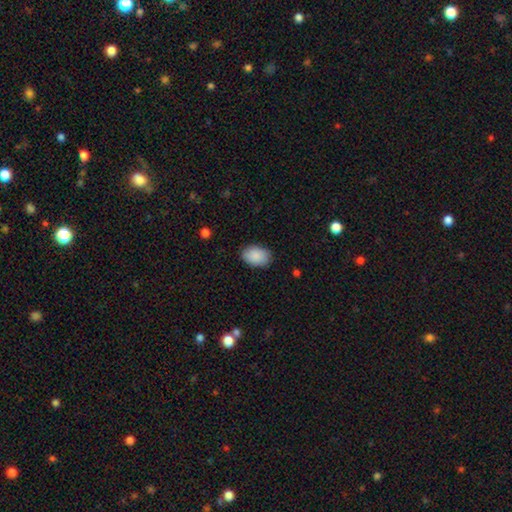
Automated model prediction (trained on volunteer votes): Smooth or featured: smooth — 89% (star or artifact — 6%)
How rounded: in between — 87% (round — 12%)
Merging: none — 85% (minor disturbance — 12%)